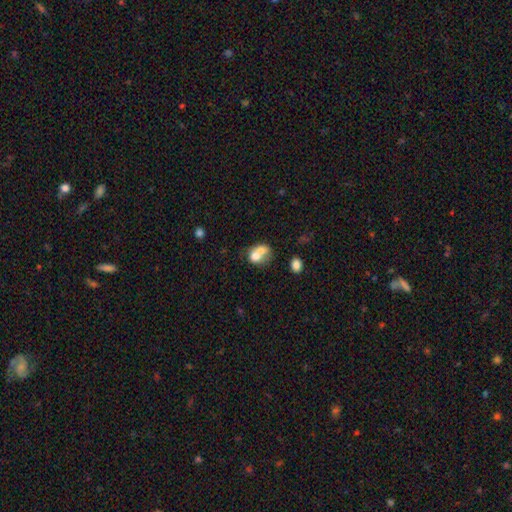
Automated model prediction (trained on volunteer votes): A smooth galaxy with no disk features (67%) that is in between round and cigar-shaped (50%). Merging: merger (68%).